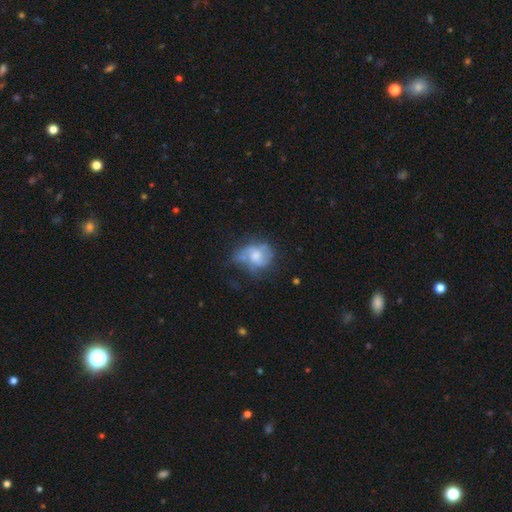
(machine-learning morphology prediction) smooth_or_featured: featured or disk (p=0.53) [alt: smooth p=0.39]
disk_edge_on: no (p=0.97) [alt: yes p=0.03]
bar: no (p=0.74) [alt: weak p=0.22]
has_spiral_arms: yes (p=0.58) [alt: no p=0.42]
bulge_size: moderate (p=0.50) [alt: small p=0.20]
merging: none (p=0.34) [alt: major disturbance p=0.30]